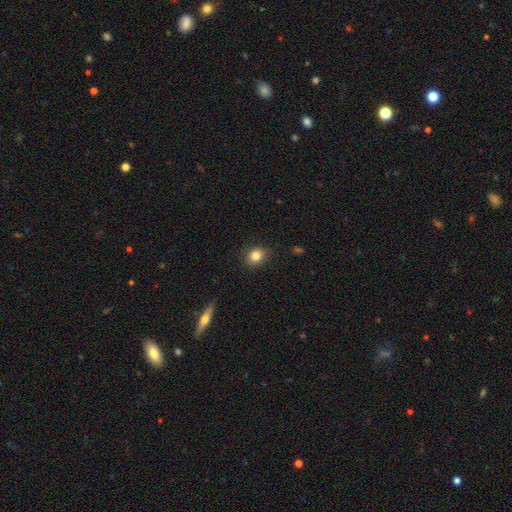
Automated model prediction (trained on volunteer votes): Smooth or featured: smooth — 83% (star or artifact — 10%)
How rounded: round — 55% (in between — 43%)
Merging: none — 86% (minor disturbance — 10%)